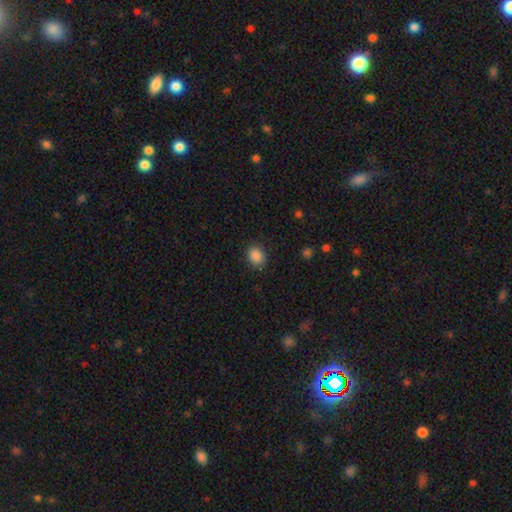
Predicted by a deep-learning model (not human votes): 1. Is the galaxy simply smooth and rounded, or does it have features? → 88% smooth, 9% star or artifact, 3% featured or disk.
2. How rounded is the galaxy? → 56% in between, 43% round, 1% cigar-shaped.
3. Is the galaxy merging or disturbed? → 87% none, 9% minor disturbance, 3% major disturbance, 1% merger.